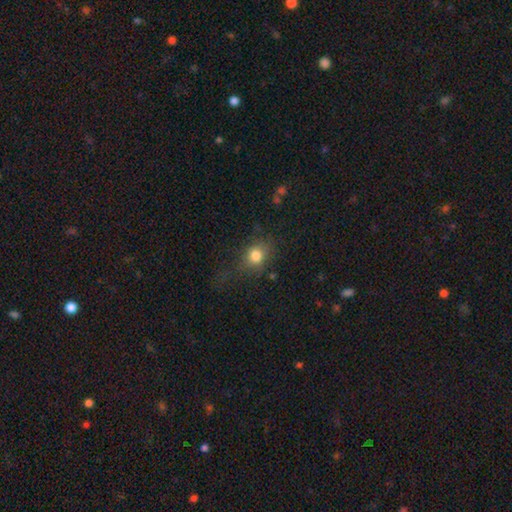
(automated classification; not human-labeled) This appears to be a smooth galaxy with no disk features (79%) that is round (58%). Merging: none (60%).